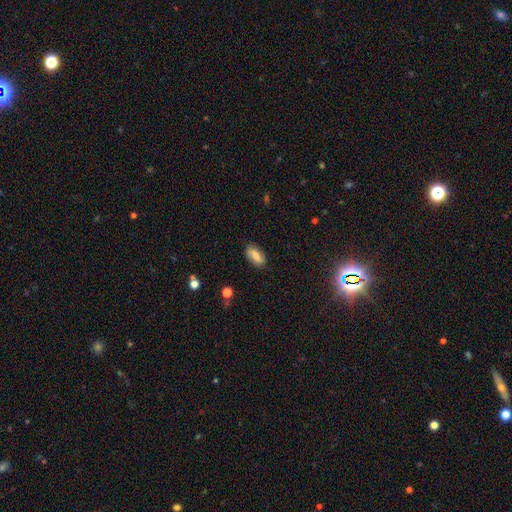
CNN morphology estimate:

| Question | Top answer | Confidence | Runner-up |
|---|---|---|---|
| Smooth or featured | smooth | 64% | featured or disk (27%) |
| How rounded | in between | 88% | cigar-shaped (7%) |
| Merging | none | 83% | minor disturbance (13%) |